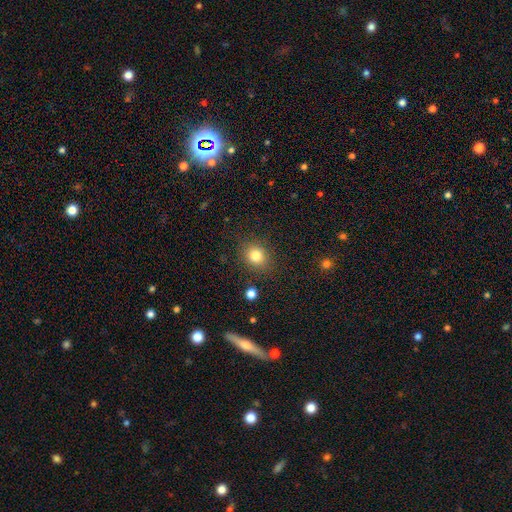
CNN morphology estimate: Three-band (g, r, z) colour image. It shows a smooth galaxy with no disk features (81%) that is round (72%). Merging: none (86%).